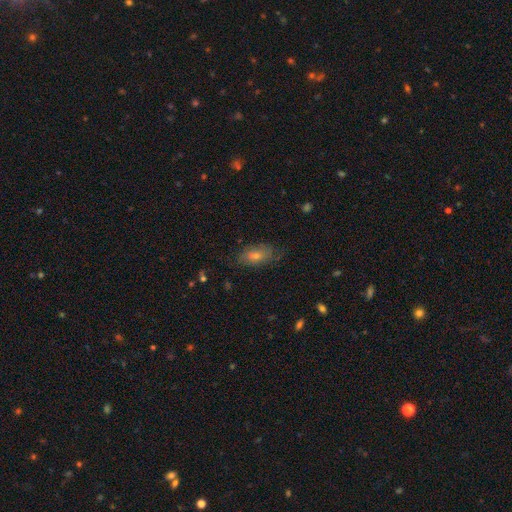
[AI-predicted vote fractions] Overall: smooth (52%; featured or disk 32%). How rounded: in between (82%). Merging: none (73%).